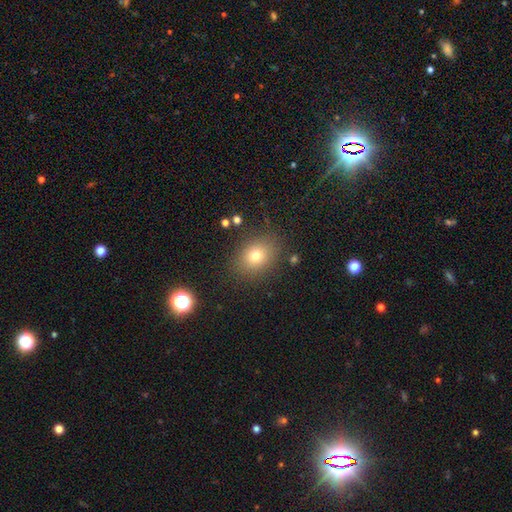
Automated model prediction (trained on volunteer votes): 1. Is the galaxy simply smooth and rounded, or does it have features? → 75% smooth, 14% star or artifact, 11% featured or disk.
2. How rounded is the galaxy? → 57% in between, 42% round, 1% cigar-shaped.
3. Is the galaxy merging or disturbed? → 84% none, 10% minor disturbance, 4% major disturbance, 2% merger.